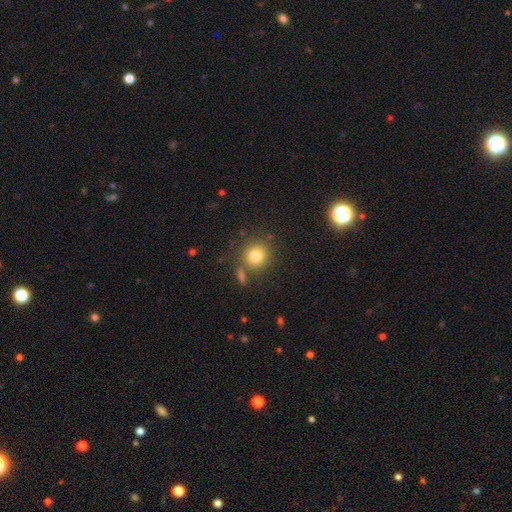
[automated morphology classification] type=smooth (80%); roundness=round (90%); merging=none (79%).